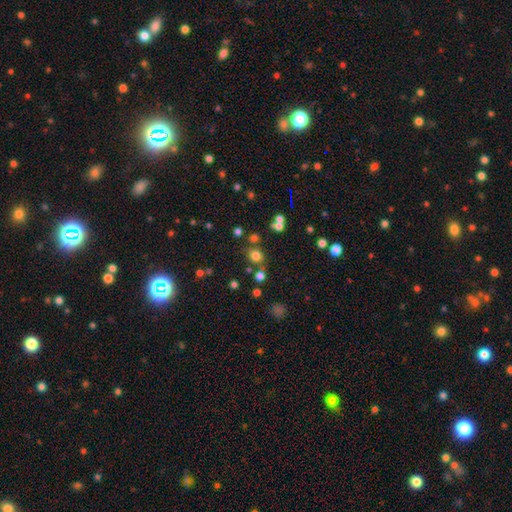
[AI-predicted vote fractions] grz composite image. It shows a smooth galaxy with no disk features (74%) that is round (86%). Merging: none (73%).